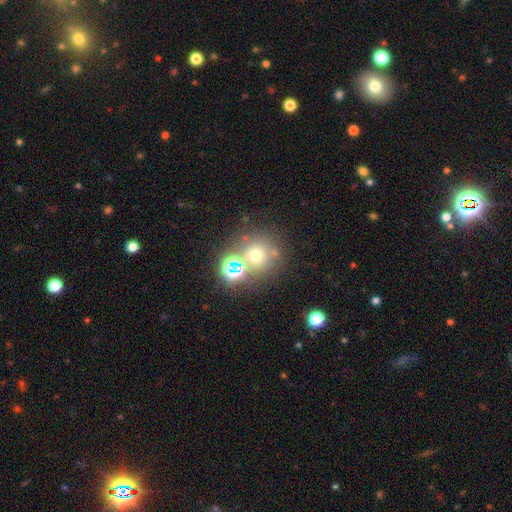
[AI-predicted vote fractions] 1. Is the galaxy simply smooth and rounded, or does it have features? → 57% smooth, 30% star or artifact, 13% featured or disk.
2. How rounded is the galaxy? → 89% round, 10% in between, 1% cigar-shaped.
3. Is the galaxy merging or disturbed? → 61% none, 24% merger, 9% minor disturbance, 5% major disturbance.